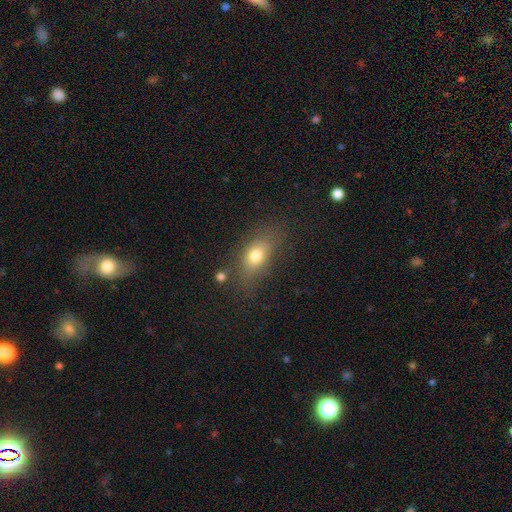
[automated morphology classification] smooth 73%, featured or disk 16%, star or artifact 11%. Down the decision tree: how rounded — in between (75%); merging — none (69%).